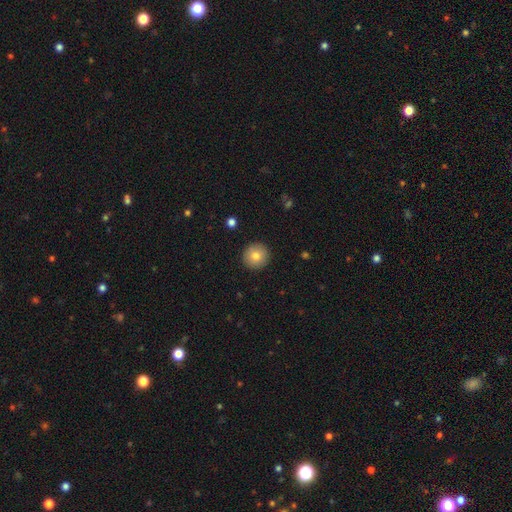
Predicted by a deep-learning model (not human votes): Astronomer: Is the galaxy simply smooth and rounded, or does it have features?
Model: smooth — 80%.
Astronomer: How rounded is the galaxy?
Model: round — 95%.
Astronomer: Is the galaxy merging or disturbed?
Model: none — 92%.